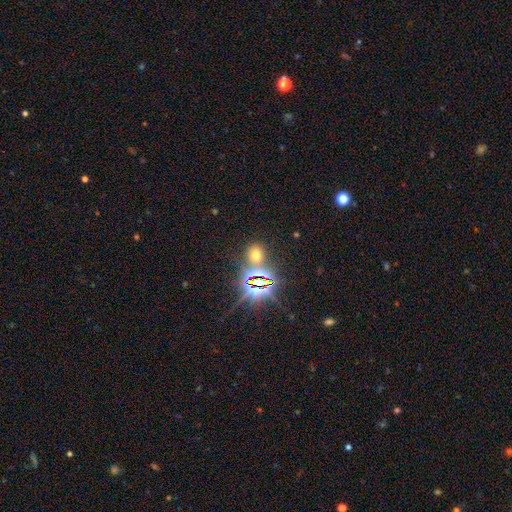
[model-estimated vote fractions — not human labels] A smooth galaxy with no disk features (49%). Merging: none (75%).